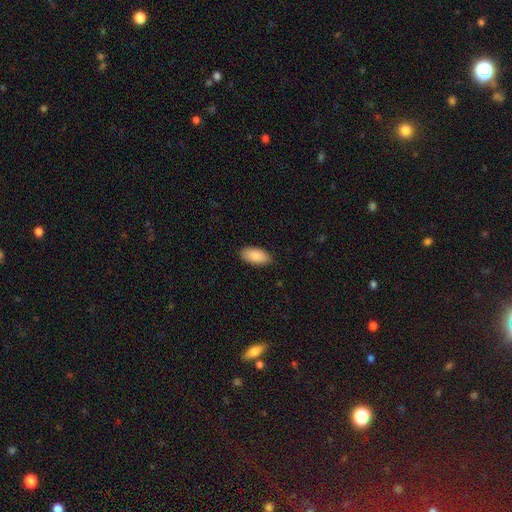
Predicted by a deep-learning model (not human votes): A smooth galaxy with no disk features (87%) that is in between round and cigar-shaped (94%). Merging: none (88%).